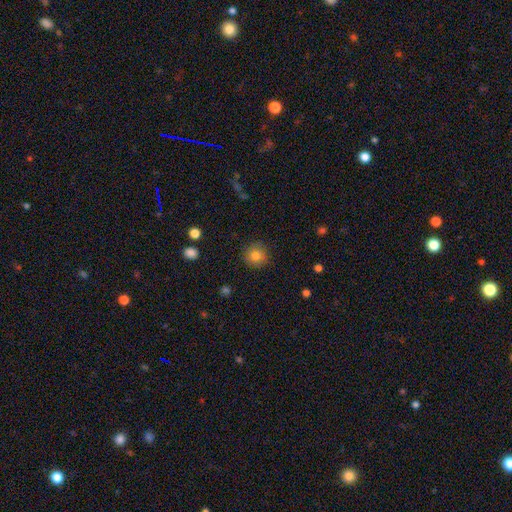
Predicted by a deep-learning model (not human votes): Smooth or featured? Predicted: smooth (p=0.82). How rounded? Predicted: round (p=0.93). Merging? Predicted: none (p=0.89).